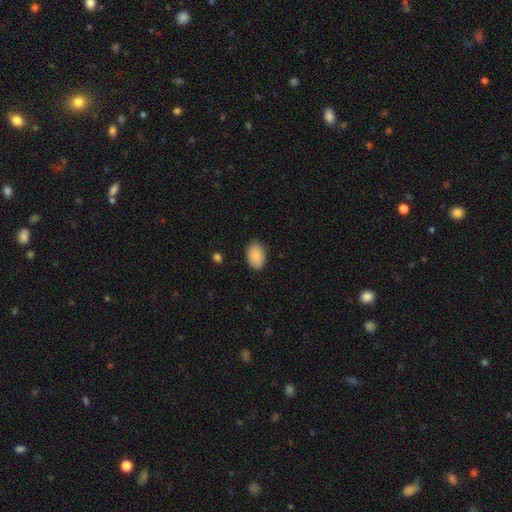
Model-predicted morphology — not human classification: Overall: smooth (87%). How rounded: in between (87%). Merging: none (85%).